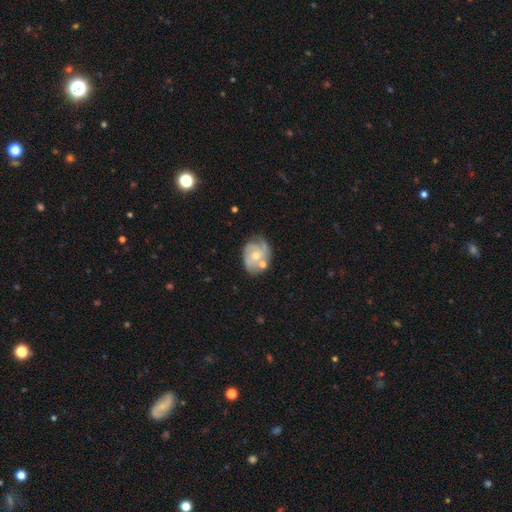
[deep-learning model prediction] Morphology: type=featured or disk (66%); edge-on=no (97%); bar=no (76%); spiral arms=yes (82%); winding=tight (47%); arm count=can't tell (32%); bulge=moderate (50%); merging=none (52%).